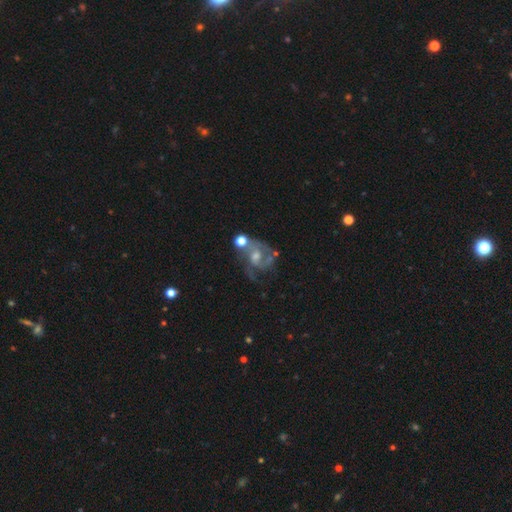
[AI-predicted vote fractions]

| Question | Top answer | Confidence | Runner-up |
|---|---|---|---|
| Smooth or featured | featured or disk | 75% | smooth (13%) |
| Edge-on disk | no | 97% | yes (3%) |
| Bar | no | 59% | weak (34%) |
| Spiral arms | yes | 83% | no (17%) |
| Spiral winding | medium | 46% | tight (33%) |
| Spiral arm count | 2 | 47% | can't tell (25%) |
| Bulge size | moderate | 49% | small (37%) |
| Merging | none | 43% | major disturbance (23%) |